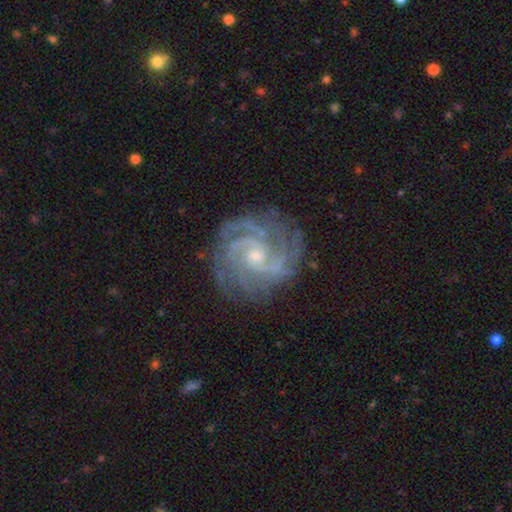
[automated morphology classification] Overall: featured or disk (91%). Edge-on disk: no (98%). Bar: no (58%; weak 33%). Spiral arms: yes (99%). Spiral arm count: 3 (29%; 2 21%). Spiral winding: tight (68%; medium 28%). Bulge size: small (59%; moderate 37%). Merging: none (81%).